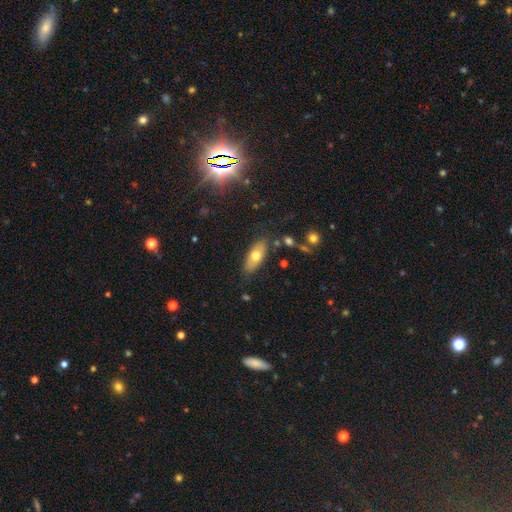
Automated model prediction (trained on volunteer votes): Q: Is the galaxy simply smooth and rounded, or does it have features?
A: smooth — 66%.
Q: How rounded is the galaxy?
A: in between — 77%.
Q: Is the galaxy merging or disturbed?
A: none — 80%.